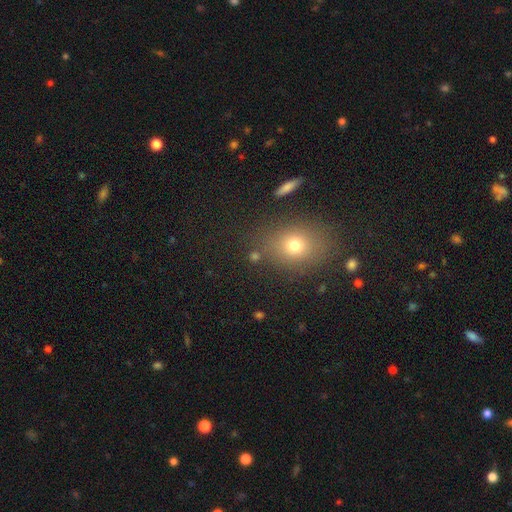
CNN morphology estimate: A smooth galaxy with no disk features (65%) that is round (52%). Merging: none (80%).